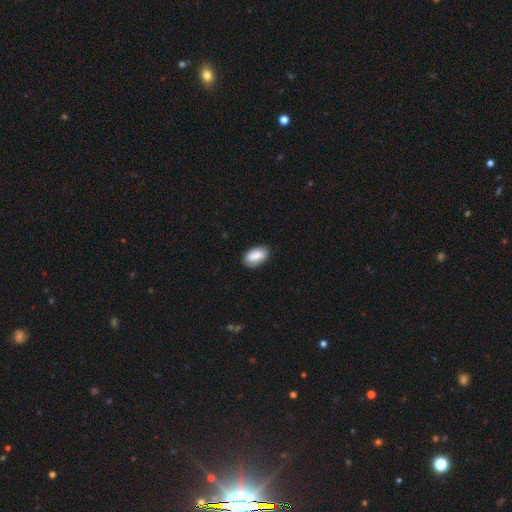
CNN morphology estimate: Overall: smooth (81%). How rounded: in between (93%). Merging: none (80%).